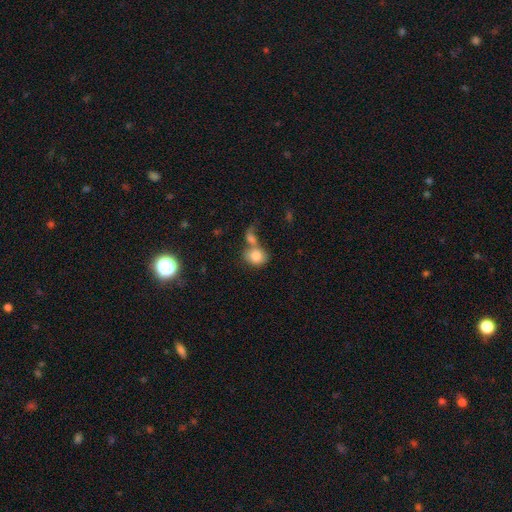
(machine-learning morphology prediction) Overall: smooth (82%). How rounded: round (63%; in between 36%). Merging: merger (54%; none 30%).